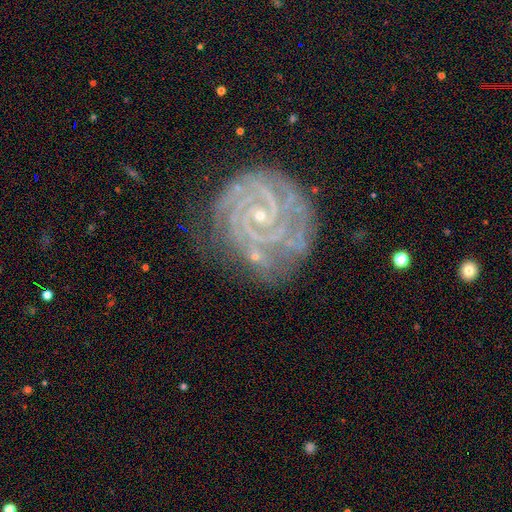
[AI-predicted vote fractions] Morphology: type=featured or disk (92%); edge-on=no (98%); bar=no (58%); spiral arms=yes (99%); winding=tight (84%); arm count=2 (38%); bulge=small (83%); merging=none (68%).